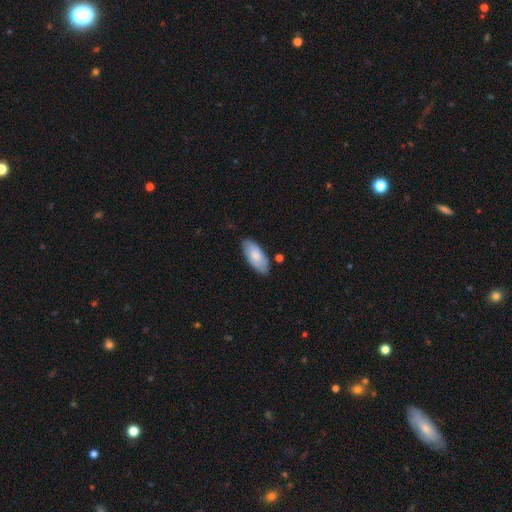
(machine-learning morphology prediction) This is likely a smooth galaxy (75%). How rounded: clearly in between (90%). Merging: likely none (78%).